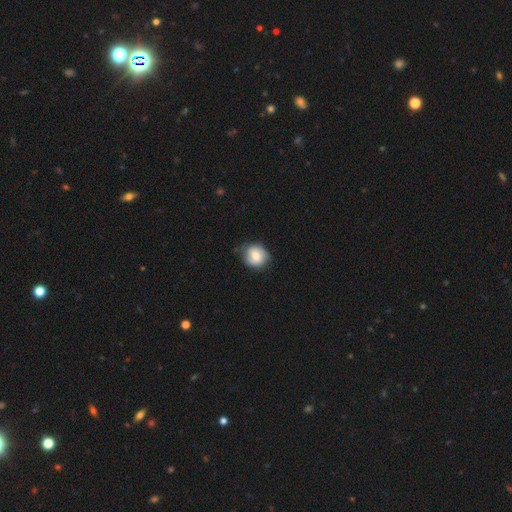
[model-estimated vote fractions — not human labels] Smooth or featured? Predicted: smooth (p=0.57). How rounded? Predicted: round (p=0.78). Merging? Predicted: none (p=0.72).